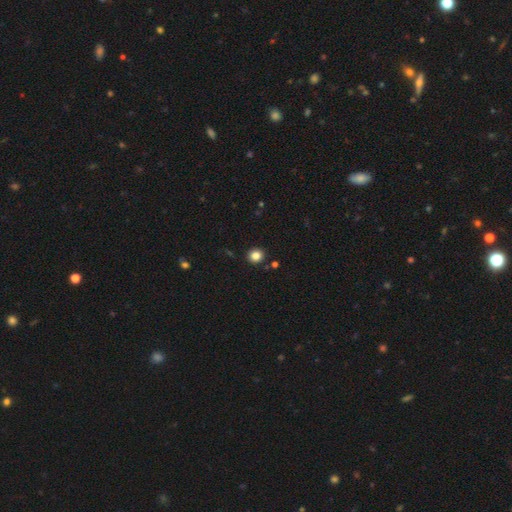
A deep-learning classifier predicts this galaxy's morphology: smooth_or_featured: smooth (p=0.84) [alt: star or artifact p=0.11]
how_rounded: round (p=0.85) [alt: in between p=0.14]
merging: none (p=0.91) [alt: minor disturbance p=0.06]